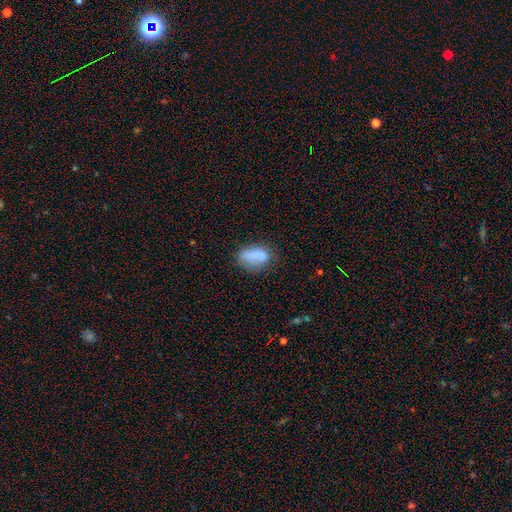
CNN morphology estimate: A smooth galaxy with no disk features (79%) that is in between round and cigar-shaped (88%).

Vote fractions:
- Smooth or featured? smooth: 79% / featured or disk: 12% / star or artifact: 10%
- How rounded? in between: 88% / round: 8% / cigar-shaped: 4%
- Merging? none: 54% / minor disturbance: 28% / major disturbance: 13% / merger: 4%